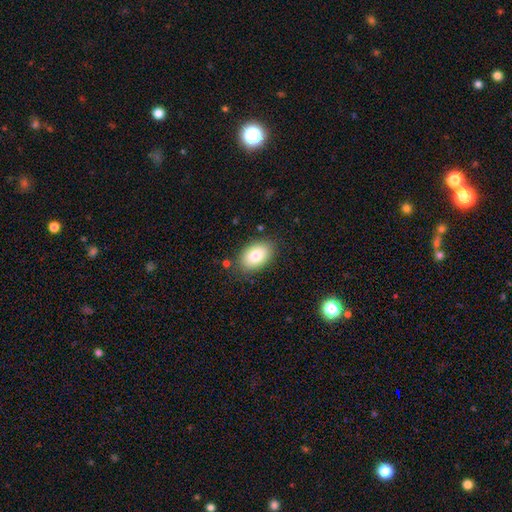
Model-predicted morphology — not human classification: type=smooth (82%); roundness=in between (89%); merging=none (84%).